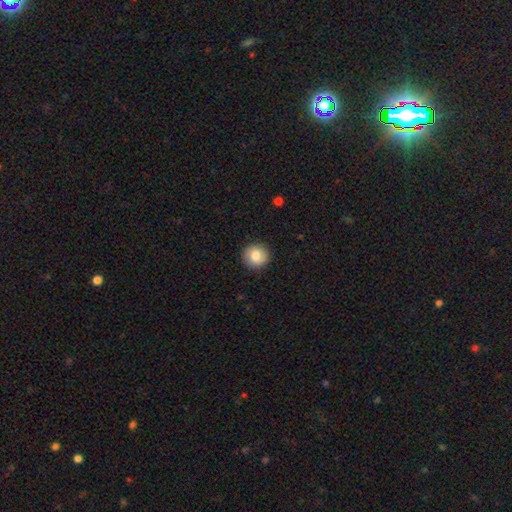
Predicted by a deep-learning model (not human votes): This appears to be a smooth galaxy with no disk features (80%) that is round (92%). Merging: none (91%).